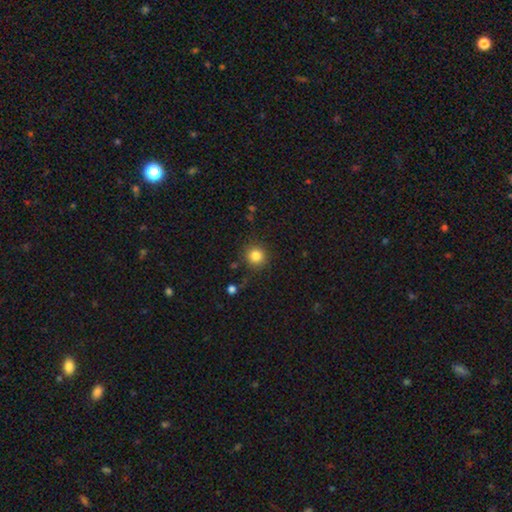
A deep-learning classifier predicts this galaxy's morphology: Smooth or featured? Predicted: smooth (p=0.84). How rounded? Predicted: round (p=0.93). Merging? Predicted: none (p=0.87).